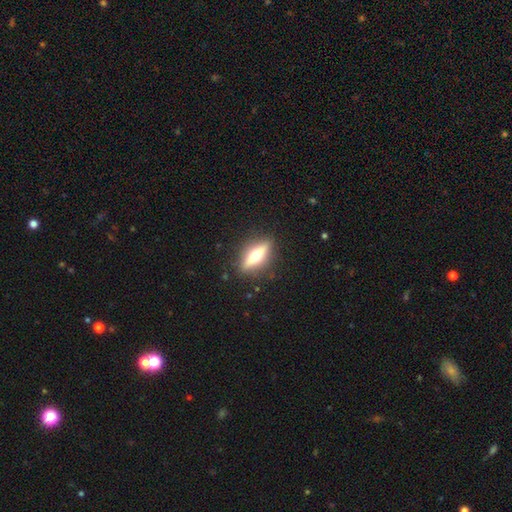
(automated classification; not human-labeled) This is likely a featured or disk galaxy (60%). It is clearly viewed edge-on (90%). Edge-on bulge: clearly rounded (95%). Merging: clearly none (87%).